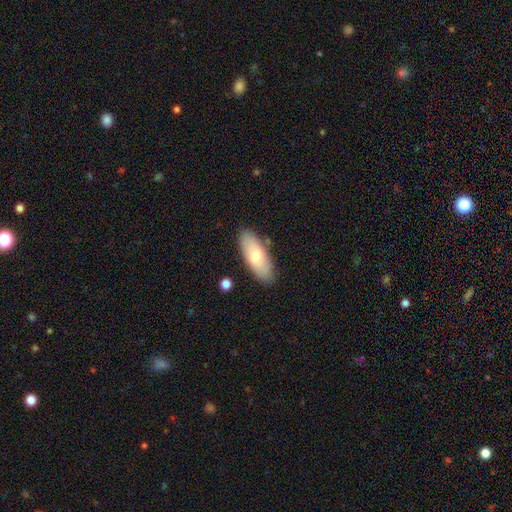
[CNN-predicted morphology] Q: Smooth or featured?
A: smooth (70%); runner-up: featured or disk (24%)
Q: How rounded?
A: in between (78%); runner-up: cigar-shaped (20%)
Q: Merging?
A: none (85%); runner-up: minor disturbance (10%)